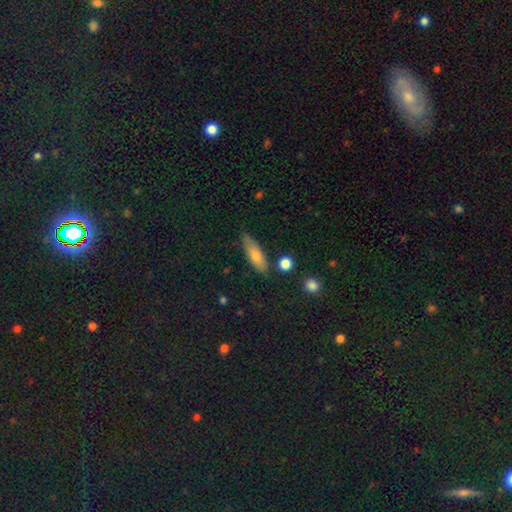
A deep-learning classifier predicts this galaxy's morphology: smooth 69%, featured or disk 23%, star or artifact 8%. Down the decision tree: how rounded — in between (49%); merging — none (75%).